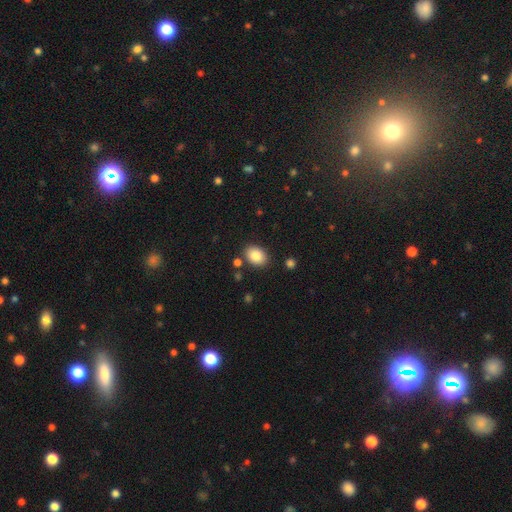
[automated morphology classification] Smooth or featured? Predicted: smooth (p=0.85). How rounded? Predicted: in between (p=0.72). Merging? Predicted: none (p=0.84).